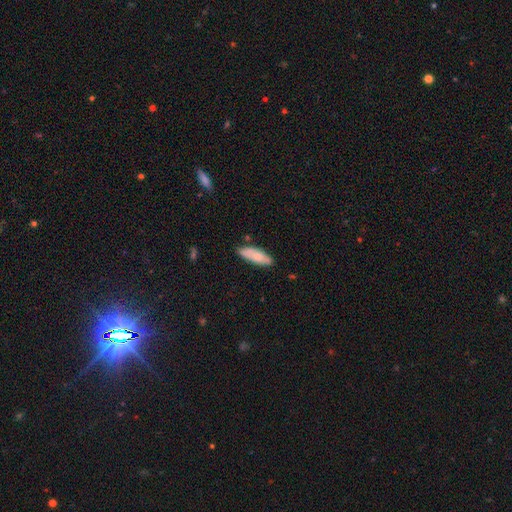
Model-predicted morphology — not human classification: smooth 74%, featured or disk 20%, star or artifact 6%. Down the decision tree: how rounded — in between (65%); merging — none (79%).